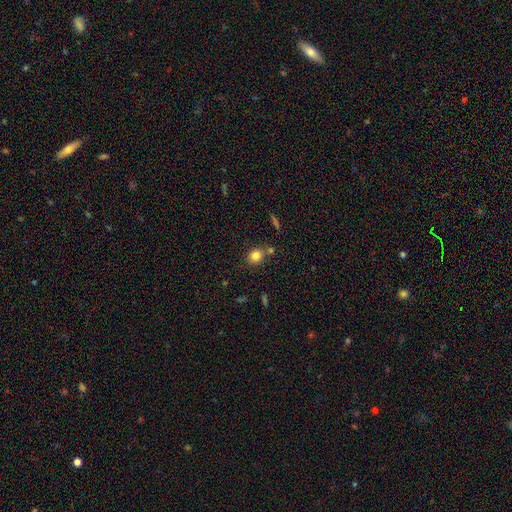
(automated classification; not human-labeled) smooth_or_featured: smooth (p=0.82) [alt: star or artifact p=0.11]
how_rounded: round (p=0.72) [alt: in between p=0.27]
merging: none (p=0.69) [alt: merger p=0.16]